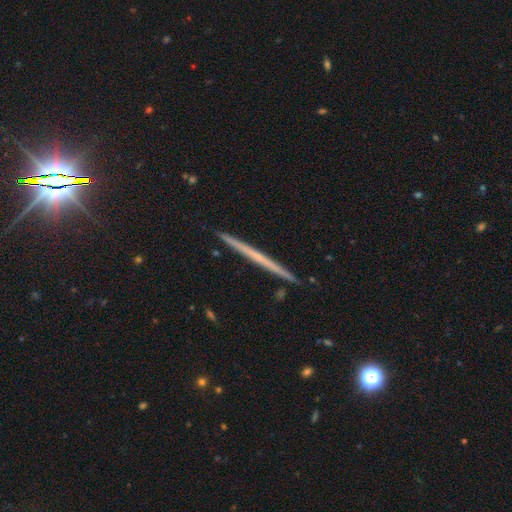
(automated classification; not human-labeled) Smooth or featured? featured or disk (59%)
Edge-on disk? yes (98%)
Edge-on bulge? none (88%)
Merging? none (92%)